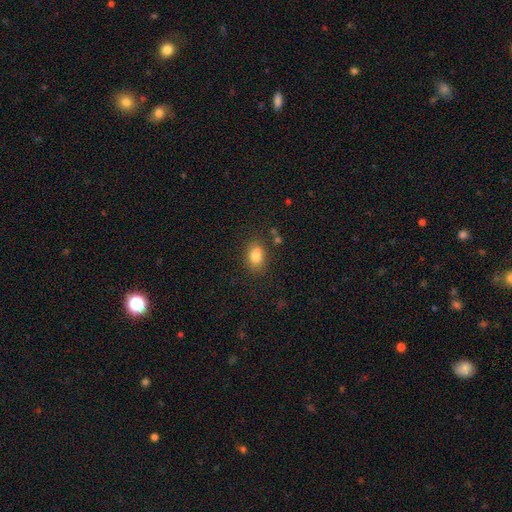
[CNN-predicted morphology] Overall: smooth (82%). How rounded: in between (77%). Merging: none (72%).